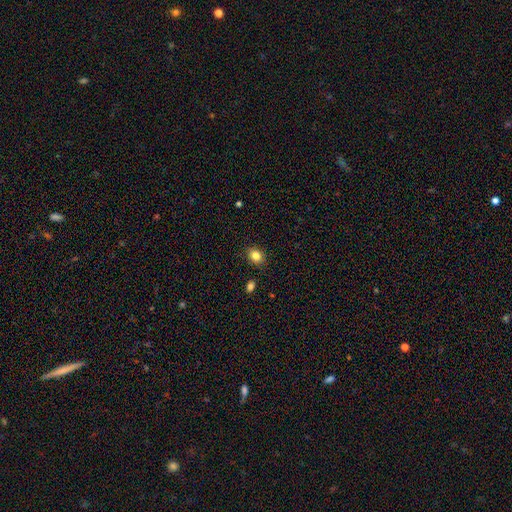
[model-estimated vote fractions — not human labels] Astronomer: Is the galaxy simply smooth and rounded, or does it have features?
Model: smooth — 83%.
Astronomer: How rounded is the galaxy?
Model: round — 50% (runner-up: in between, 49%).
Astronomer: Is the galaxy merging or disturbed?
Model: none — 88%.